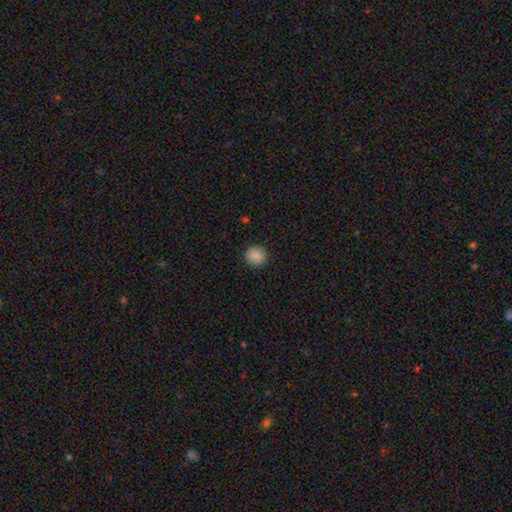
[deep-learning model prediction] Smooth or featured?
  - smooth: 85% *
  - star or artifact: 9%
  - featured or disk: 6%
How rounded?
  - round: 94% *
  - in between: 5%
  - cigar-shaped: 1%
Merging?
  - none: 92% *
  - minor disturbance: 5%
  - major disturbance: 2%
  - merger: 1%